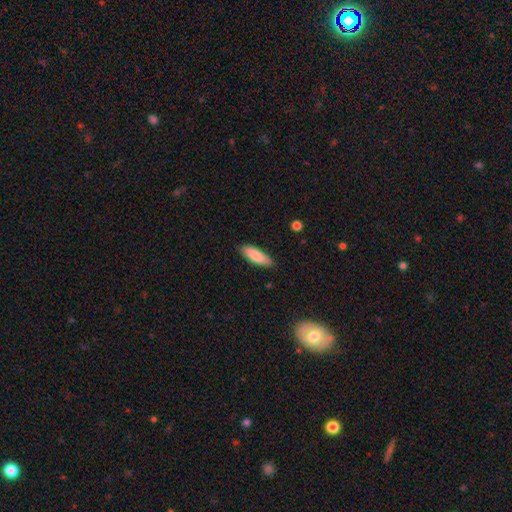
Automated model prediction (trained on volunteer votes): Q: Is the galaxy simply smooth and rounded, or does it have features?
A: smooth — 86%.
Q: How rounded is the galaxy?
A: in between — 61%.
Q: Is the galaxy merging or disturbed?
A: none — 86%.